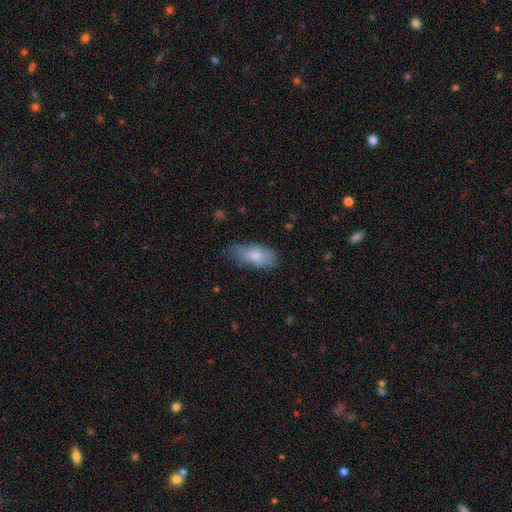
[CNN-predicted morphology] smooth-or-featured: smooth: 78% | featured or disk: 15% | star or artifact: 6%
  how-rounded: in between: 90% | cigar-shaped: 7% | round: 4%
  merging: none: 55% | minor disturbance: 33% | major disturbance: 10% | merger: 2%